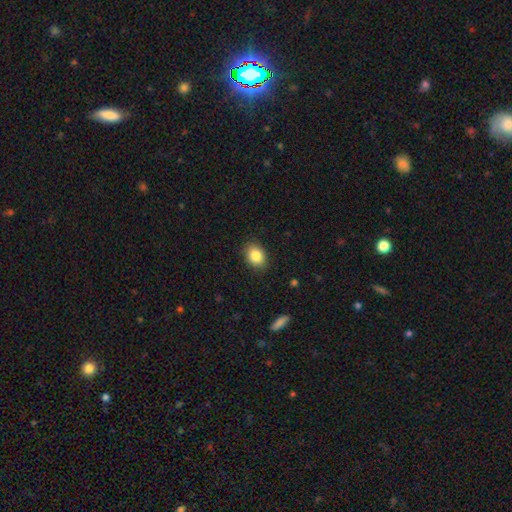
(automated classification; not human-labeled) smooth_or_featured: smooth (p=0.85) [alt: star or artifact p=0.09]
how_rounded: in between (p=0.65) [alt: round p=0.34]
merging: none (p=0.87) [alt: minor disturbance p=0.10]